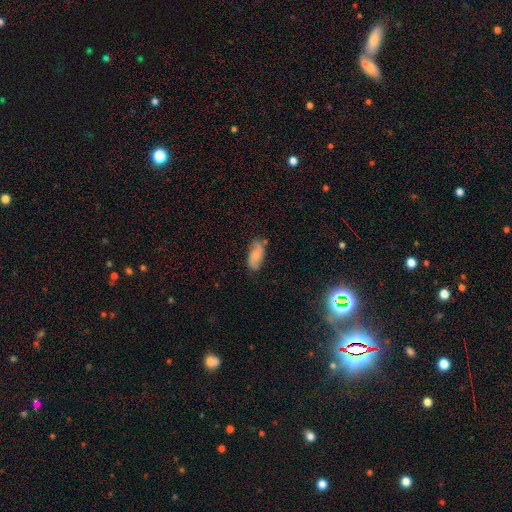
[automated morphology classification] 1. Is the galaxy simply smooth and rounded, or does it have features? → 59% smooth, 34% featured or disk, 7% star or artifact.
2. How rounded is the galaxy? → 87% in between, 9% cigar-shaped, 3% round.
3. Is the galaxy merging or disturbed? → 70% none, 21% minor disturbance, 4% major disturbance, 4% merger.